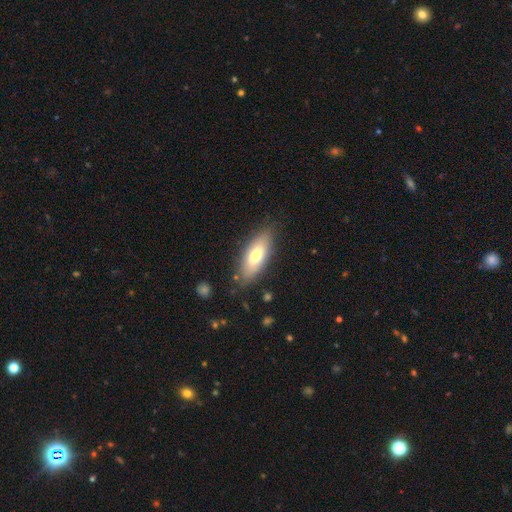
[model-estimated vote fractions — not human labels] This appears to be a smooth galaxy with no disk features (69%) that is in between round and cigar-shaped (76%). Merging: none (81%).